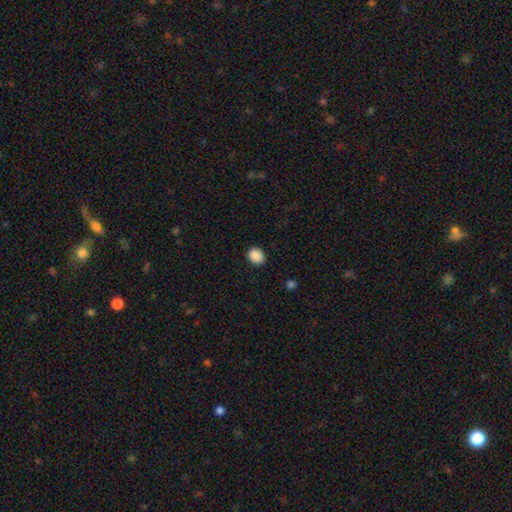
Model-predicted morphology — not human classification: type=smooth (89%); roundness=round (53%); merging=none (90%).